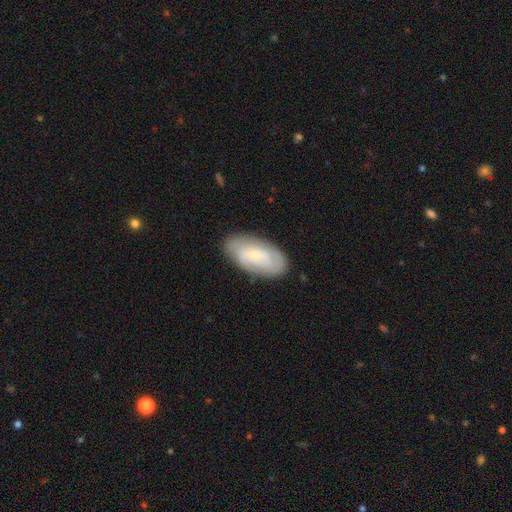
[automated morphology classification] Smooth or featured: featured or disk — 50% (smooth — 43%)
Edge-on disk: no — 93% (yes — 7%)
Merging: none — 80% (minor disturbance — 15%)